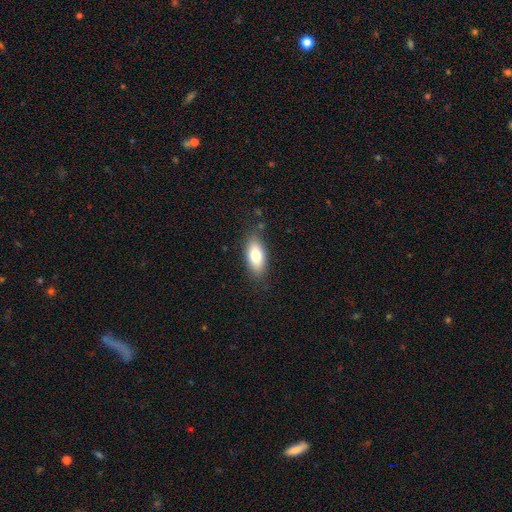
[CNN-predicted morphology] The model was most divided on "smooth or featured": smooth: 77%, featured or disk: 16%, star or artifact: 7%. More confident: how rounded — in between (84%); merging — none (82%).